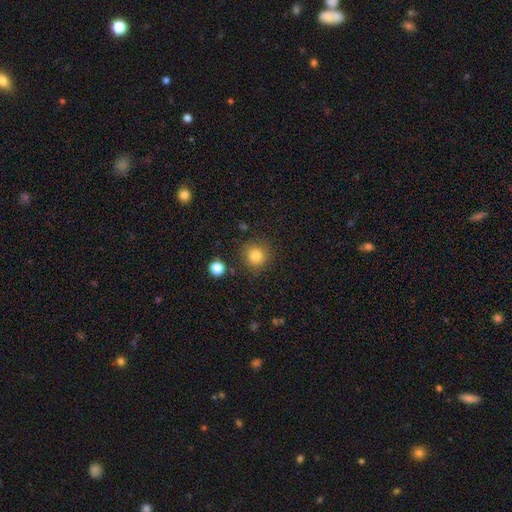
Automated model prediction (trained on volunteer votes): Morphology: type=smooth (81%); roundness=round (92%); merging=none (85%).